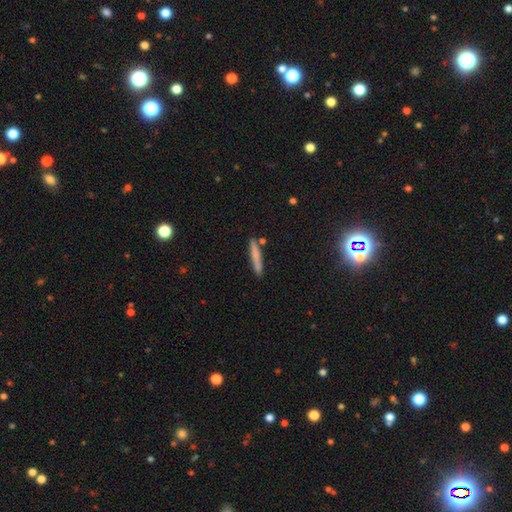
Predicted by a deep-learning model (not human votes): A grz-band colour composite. It shows a smooth galaxy with no disk features (73%) that is cigar-shaped (94%). Merging: none (85%).